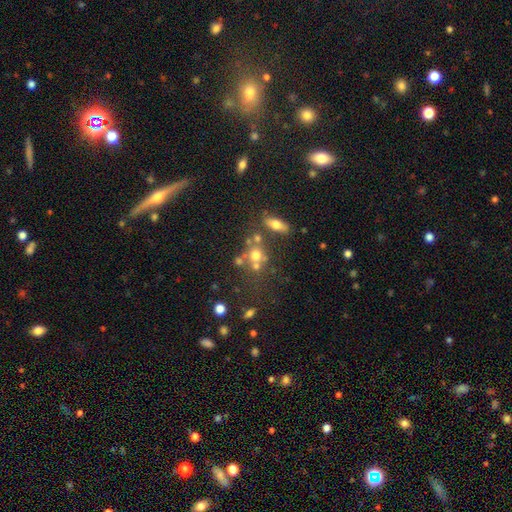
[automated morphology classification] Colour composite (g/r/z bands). It shows a smooth galaxy with no disk features (57%) that is round (69%). Merging: none (45%).